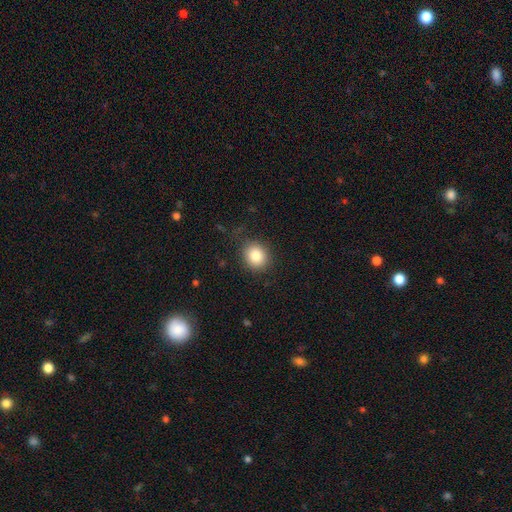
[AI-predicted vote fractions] Smooth or featured?
  - smooth: 85% *
  - star or artifact: 9%
  - featured or disk: 6%
How rounded?
  - round: 76% *
  - in between: 24%
  - cigar-shaped: 1%
Merging?
  - none: 82% *
  - minor disturbance: 12%
  - major disturbance: 5%
  - merger: 1%